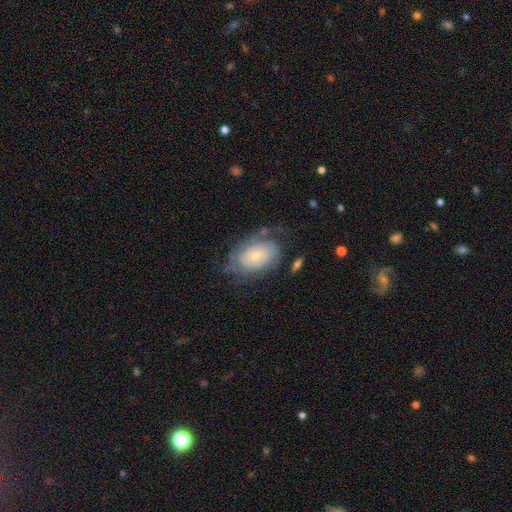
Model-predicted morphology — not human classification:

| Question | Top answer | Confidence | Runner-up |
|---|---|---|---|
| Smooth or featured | featured or disk | 66% | smooth (27%) |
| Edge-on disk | no | 96% | yes (4%) |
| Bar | no | 79% | weak (18%) |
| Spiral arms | yes | 80% | no (20%) |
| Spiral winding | tight | 58% | medium (28%) |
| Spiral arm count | can't tell | 48% | 2 (29%) |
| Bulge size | small | 62% | moderate (33%) |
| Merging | none | 55% | minor disturbance (24%) |